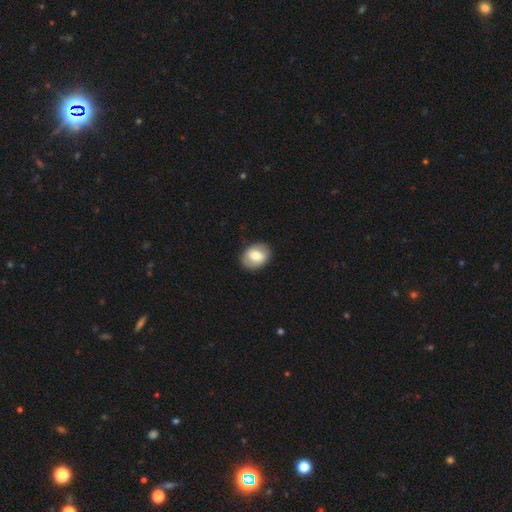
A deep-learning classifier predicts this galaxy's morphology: smooth-or-featured: smooth: 72% | featured or disk: 21% | star or artifact: 7%
  how-rounded: in between: 62% | round: 37% | cigar-shaped: 1%
  merging: none: 87% | minor disturbance: 10% | major disturbance: 3% | merger: 1%